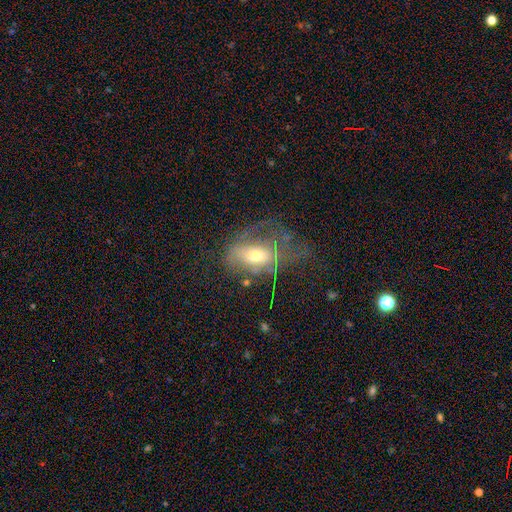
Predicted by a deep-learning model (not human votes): Smooth or featured? Predicted: smooth (p=0.45). Merging? Predicted: major disturbance (p=0.47).